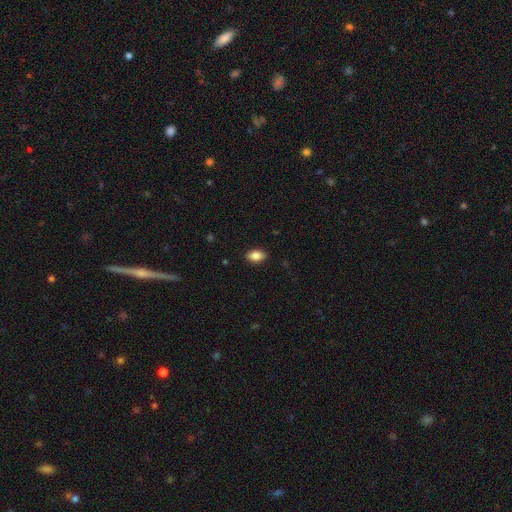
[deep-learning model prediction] This is clearly a smooth galaxy (85%). How rounded: clearly in between (90%). Merging: clearly none (89%).